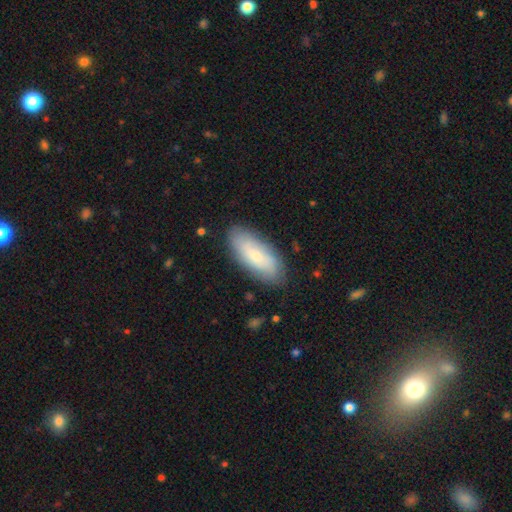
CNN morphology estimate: Smooth or featured?
  - smooth: 67% *
  - featured or disk: 27%
  - star or artifact: 6%
How rounded?
  - in between: 80% *
  - cigar-shaped: 18%
  - round: 2%
Merging?
  - none: 83% *
  - minor disturbance: 13%
  - major disturbance: 3%
  - merger: 1%